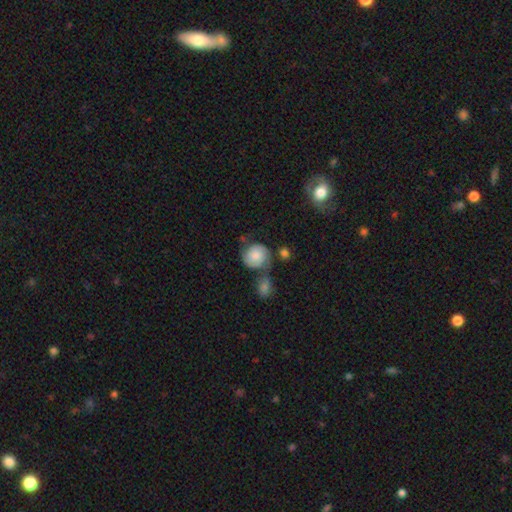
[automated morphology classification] Smooth or featured? smooth (46%, tied with featured or disk)
Merging? none (49%)